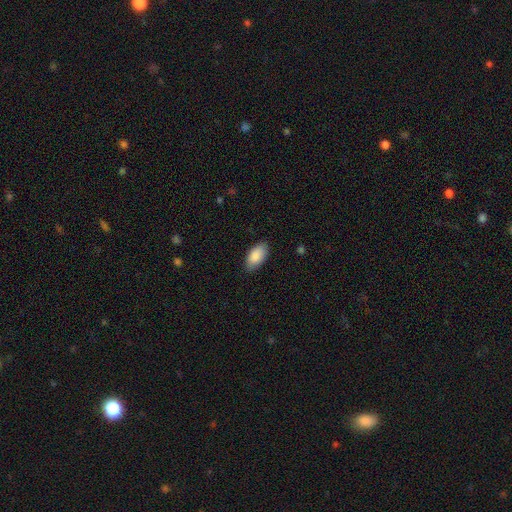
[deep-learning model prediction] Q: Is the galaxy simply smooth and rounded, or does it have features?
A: smooth — 88%.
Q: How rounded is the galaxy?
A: in between — 95%.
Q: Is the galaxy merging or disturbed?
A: none — 84%.